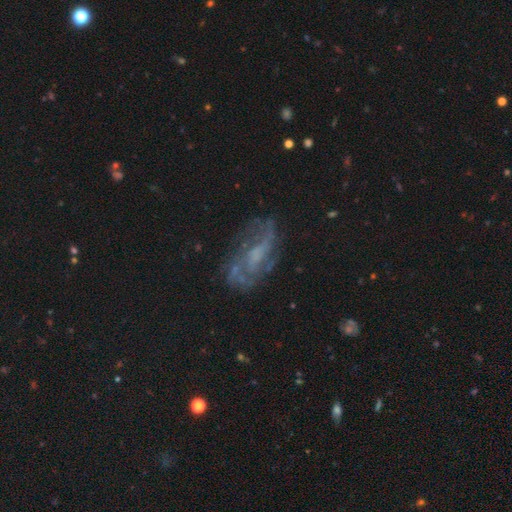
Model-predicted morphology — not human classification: featured or disk 71%, smooth 16%, star or artifact 13%. Down the decision tree: edge-on disk — no (93%); bar — weak (44%); spiral arms — yes (81%); spiral arm count — 2 (48%); spiral winding — medium (41%); bulge size — small (34%); merging — none (64%).